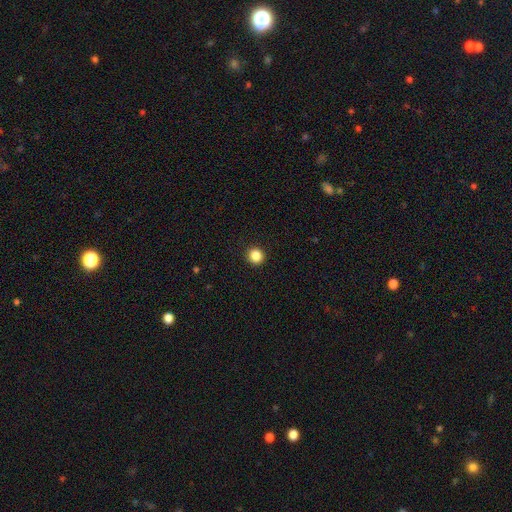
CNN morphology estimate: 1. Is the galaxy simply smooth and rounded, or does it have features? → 86% smooth, 11% star or artifact, 3% featured or disk.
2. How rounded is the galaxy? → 94% round, 5% in between, 1% cigar-shaped.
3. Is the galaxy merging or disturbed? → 93% none, 4% minor disturbance, 1% major disturbance, 1% merger.